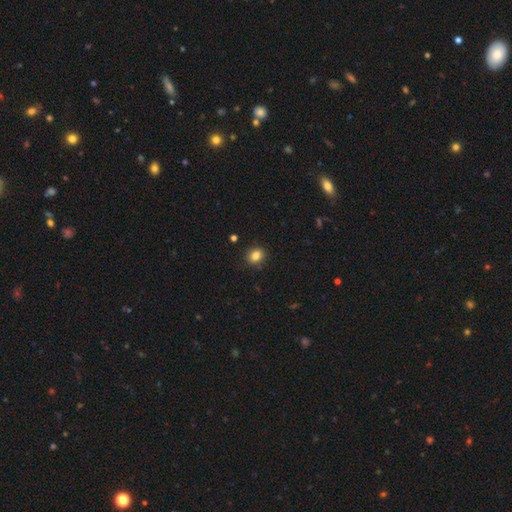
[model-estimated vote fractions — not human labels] Smooth or featured? Predicted: smooth (p=0.83). How rounded? Predicted: round (p=0.65). Merging? Predicted: none (p=0.89).